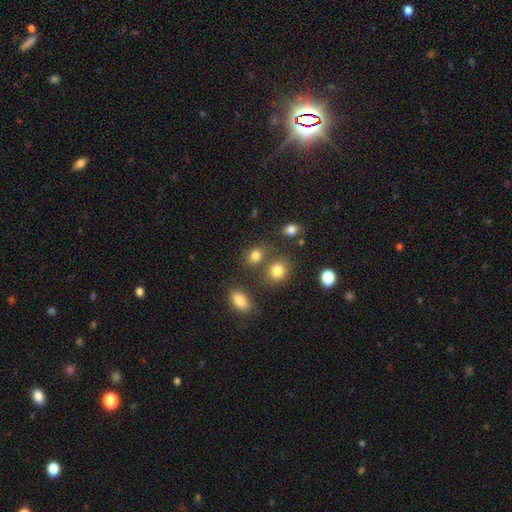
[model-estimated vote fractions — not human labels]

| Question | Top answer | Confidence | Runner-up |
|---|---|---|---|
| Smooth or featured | smooth | 80% | star or artifact (13%) |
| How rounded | round | 54% | in between (45%) |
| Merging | none | 63% | merger (20%) |